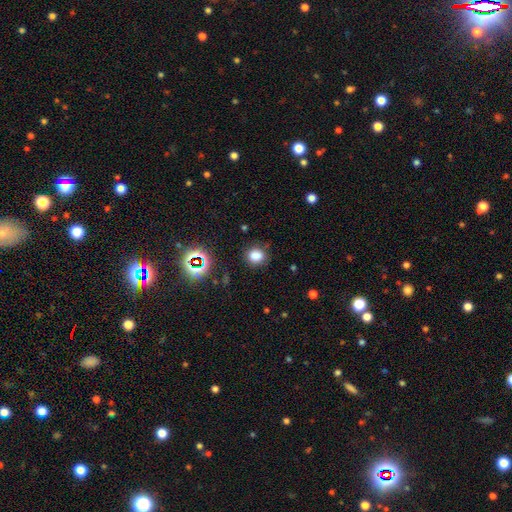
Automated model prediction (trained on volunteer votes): This appears to be a smooth galaxy with no disk features (77%) that is round (74%). Merging: none (80%).